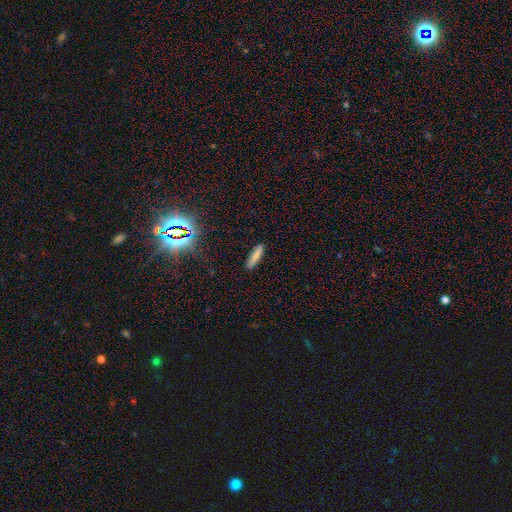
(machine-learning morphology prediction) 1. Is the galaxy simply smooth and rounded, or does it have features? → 78% smooth, 12% featured or disk, 11% star or artifact.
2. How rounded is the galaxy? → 82% cigar-shaped, 16% in between, 2% round.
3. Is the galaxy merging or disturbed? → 88% none, 8% minor disturbance, 2% major disturbance, 1% merger.